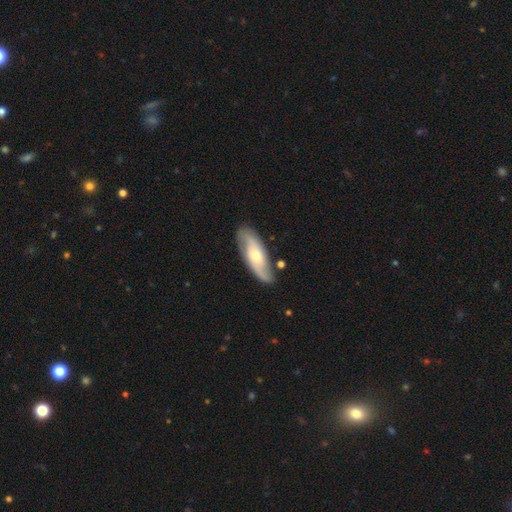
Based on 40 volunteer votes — Overall: featured or disk (75%). Edge-on disk: no (70%; yes 30%). Bar: no (57%; weak 33%). Spiral arms: yes (81%). Spiral arm count: 2 (100%). Spiral winding: loose (59%; medium 24%). Bulge size: moderate (62%; small 33%). Merging: none (69%).